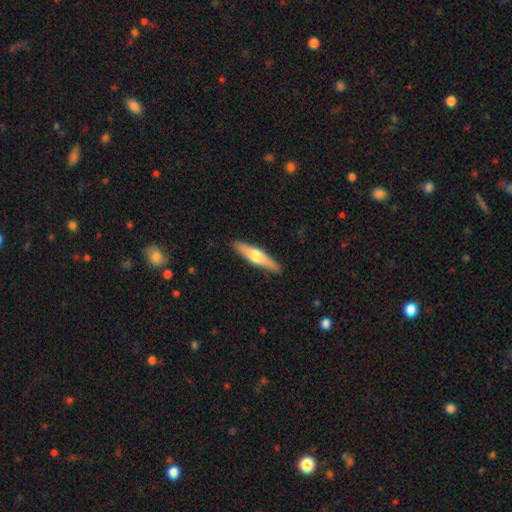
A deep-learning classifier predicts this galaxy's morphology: Q: Smooth or featured?
A: smooth (48%); runner-up: featured or disk (47%)
Q: Merging?
A: none (90%); runner-up: minor disturbance (7%)